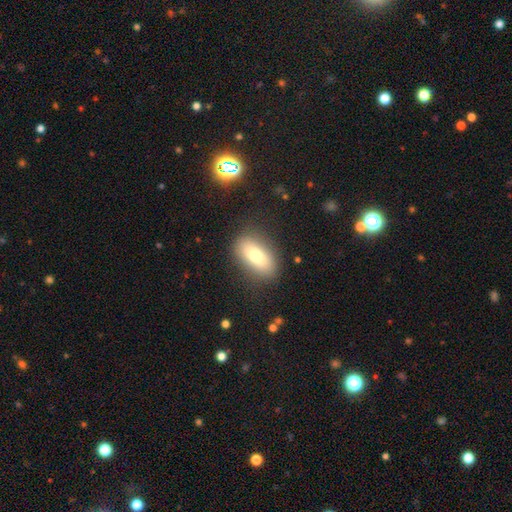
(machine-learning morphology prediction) Smooth or featured?
  - smooth: 76% *
  - featured or disk: 16%
  - star or artifact: 9%
How rounded?
  - in between: 86% *
  - round: 7%
  - cigar-shaped: 7%
Merging?
  - none: 82% *
  - minor disturbance: 12%
  - major disturbance: 4%
  - merger: 2%